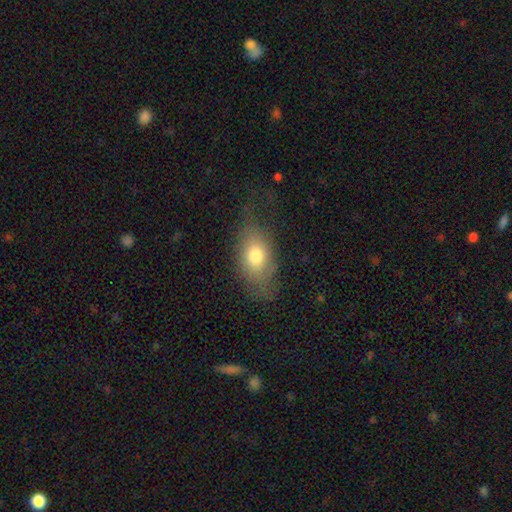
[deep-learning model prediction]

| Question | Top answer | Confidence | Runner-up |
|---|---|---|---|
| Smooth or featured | smooth | 74% | featured or disk (17%) |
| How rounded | in between | 84% | round (13%) |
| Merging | none | 57% | minor disturbance (25%) |